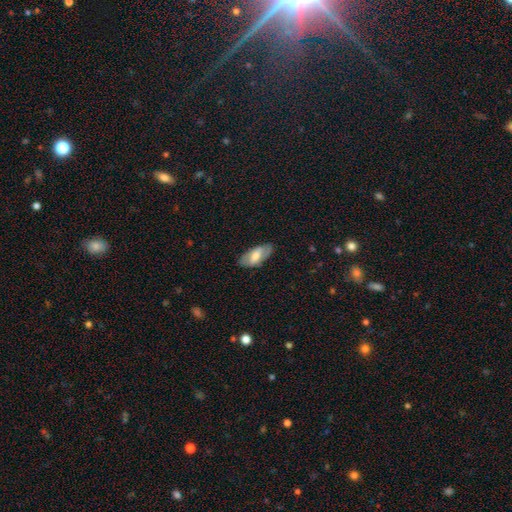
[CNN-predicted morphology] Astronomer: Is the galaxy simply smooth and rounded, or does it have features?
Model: smooth — 56% (runner-up: featured or disk, 38%).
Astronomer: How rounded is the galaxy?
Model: in between — 88%.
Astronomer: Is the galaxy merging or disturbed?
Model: none — 78%.